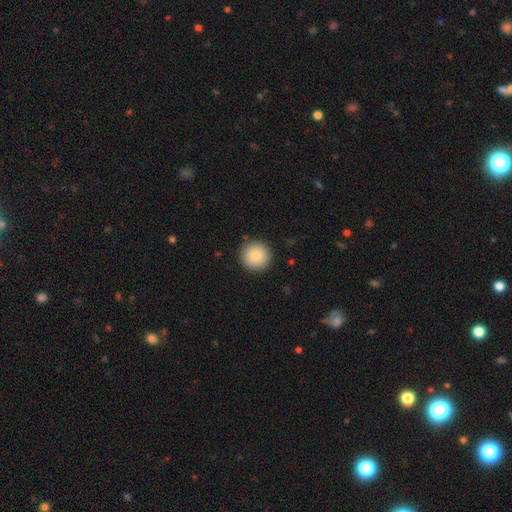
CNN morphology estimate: Smooth or featured?
  - smooth: 84% *
  - star or artifact: 8%
  - featured or disk: 8%
How rounded?
  - round: 96% *
  - in between: 3%
  - cigar-shaped: 1%
Merging?
  - none: 90% *
  - minor disturbance: 7%
  - major disturbance: 2%
  - merger: 1%